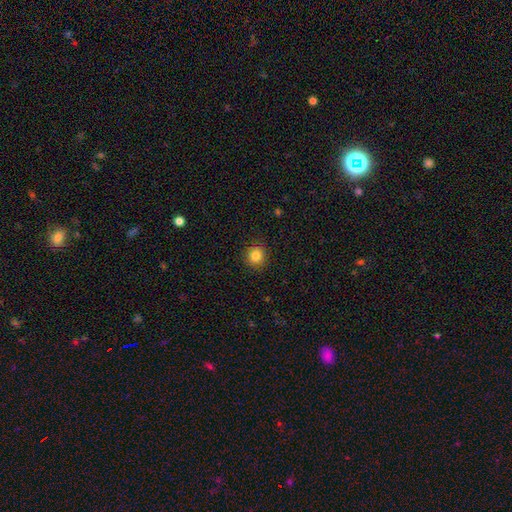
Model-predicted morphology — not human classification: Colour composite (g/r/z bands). It shows a smooth galaxy with no disk features (84%) that is round (89%). Merging: none (90%).